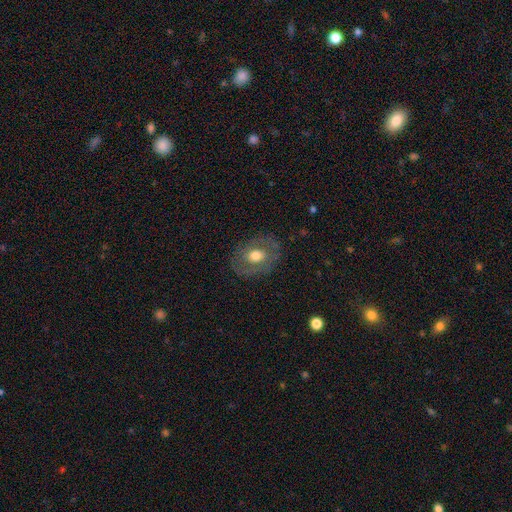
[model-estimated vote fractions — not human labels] smooth 53%, featured or disk 39%, star or artifact 8%. Down the decision tree: how rounded — in between (57%); merging — none (78%).